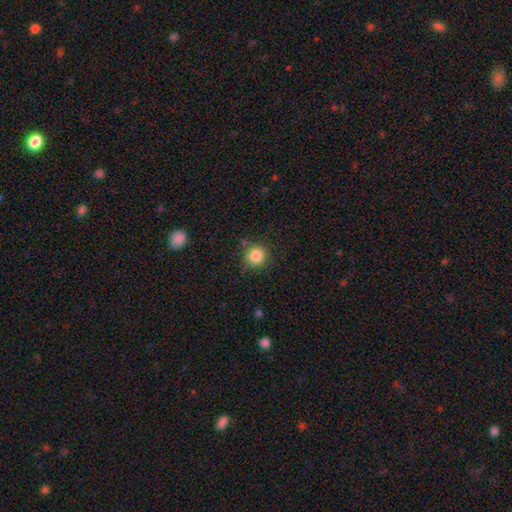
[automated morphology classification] Q: Smooth or featured?
A: smooth (85%); runner-up: star or artifact (10%)
Q: How rounded?
A: round (93%); runner-up: in between (6%)
Q: Merging?
A: none (82%); runner-up: minor disturbance (12%)